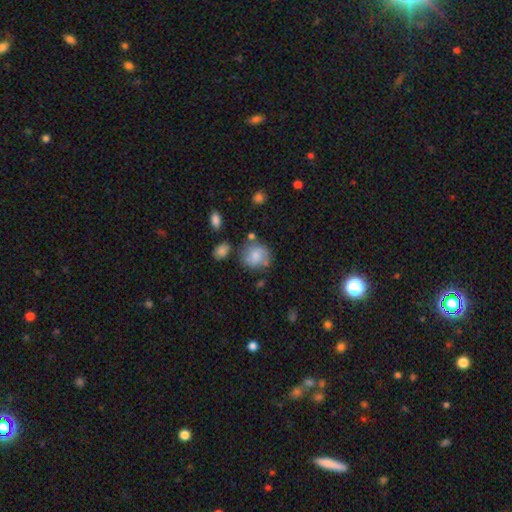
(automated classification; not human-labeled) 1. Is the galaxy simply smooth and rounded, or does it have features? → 64% smooth, 27% featured or disk, 9% star or artifact.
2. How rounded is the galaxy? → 75% round, 24% in between, 1% cigar-shaped.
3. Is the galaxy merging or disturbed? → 63% none, 21% minor disturbance, 8% merger, 8% major disturbance.